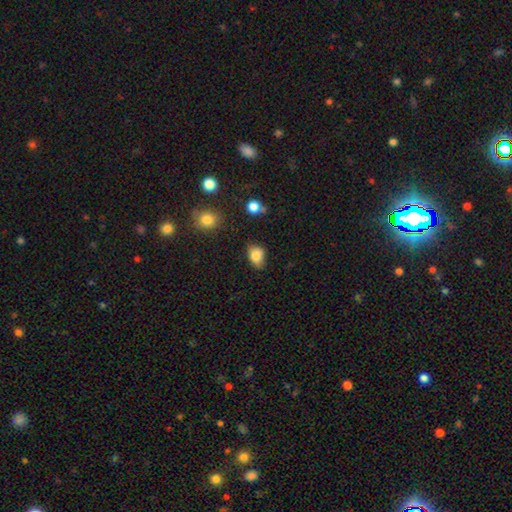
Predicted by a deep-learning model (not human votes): smooth 81%, star or artifact 10%, featured or disk 9%. Down the decision tree: how rounded — in between (78%); merging — none (64%).